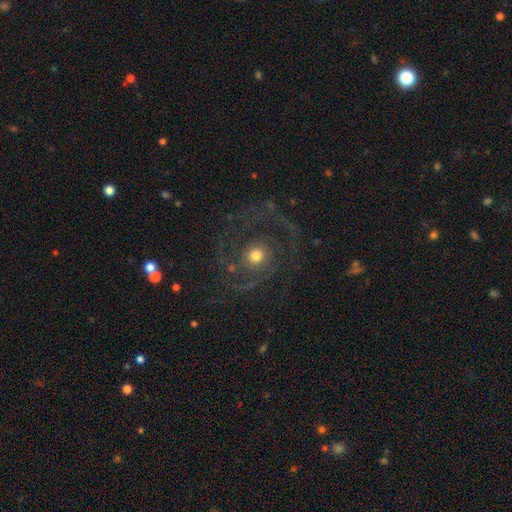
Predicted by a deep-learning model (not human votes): Smooth or featured?
  - featured or disk: 80% *
  - smooth: 12%
  - star or artifact: 8%
Edge-on disk?
  - no: 97% *
  - yes: 3%
Bar?
  - no: 80% *
  - weak: 16%
  - strong: 4%
Spiral arms?
  - yes: 91% *
  - no: 9%
Spiral winding?
  - medium: 43% *
  - tight: 37%
  - loose: 20%
Spiral arm count?
  - 2: 38% *
  - 3: 20%
  - can't tell: 19%
  - 1: 8%
  - 4: 8%
  - more than 4: 7%
Bulge size?
  - moderate: 61% *
  - small: 28%
  - large: 8%
  - dominant: 2%
  - none: 1%
Merging?
  - none: 65% *
  - major disturbance: 18%
  - minor disturbance: 14%
  - merger: 2%